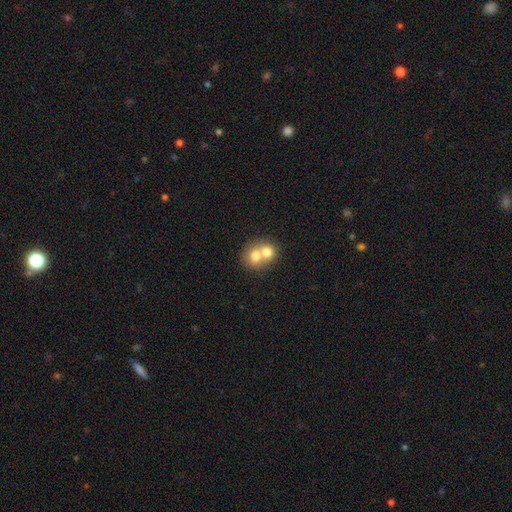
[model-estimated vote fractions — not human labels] smooth_or_featured: smooth (p=0.70) [alt: featured or disk p=0.21]
how_rounded: round (p=0.72) [alt: in between p=0.27]
merging: merger (p=0.70) [alt: none p=0.23]